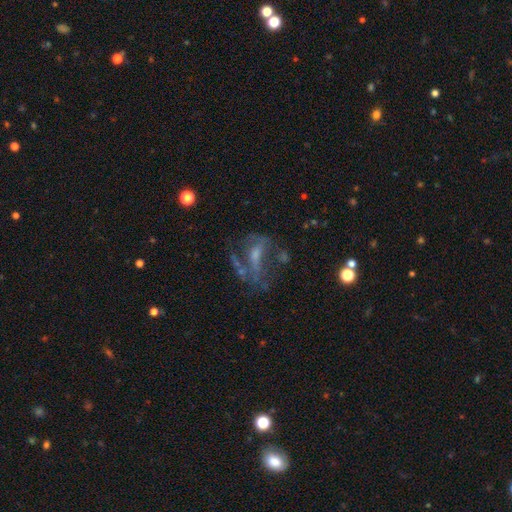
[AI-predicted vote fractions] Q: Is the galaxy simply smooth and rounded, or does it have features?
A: featured or disk — 60%.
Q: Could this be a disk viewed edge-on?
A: no — 89%.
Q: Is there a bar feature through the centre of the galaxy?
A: no — 46%.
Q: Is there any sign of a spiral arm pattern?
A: no — 58%.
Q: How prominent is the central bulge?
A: small — 36%.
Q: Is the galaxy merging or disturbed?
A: none — 39%.